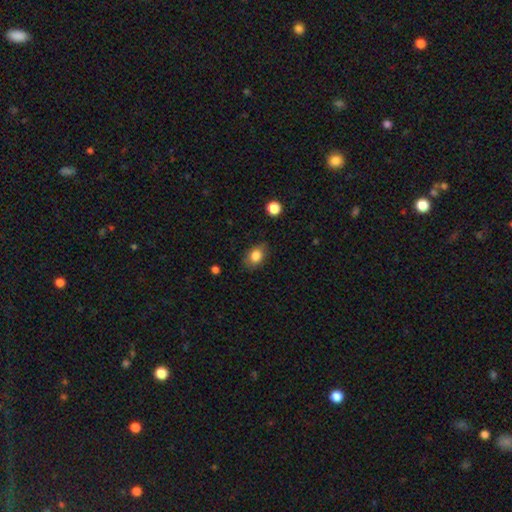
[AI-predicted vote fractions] Overall: smooth (82%). How rounded: in between (74%). Merging: none (78%).